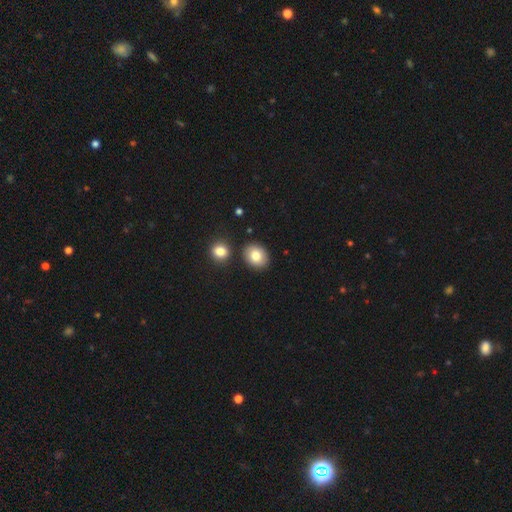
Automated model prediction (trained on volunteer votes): smooth_or_featured: smooth (p=0.83) [alt: star or artifact p=0.09]
how_rounded: in between (p=0.50) [alt: round p=0.49]
merging: none (p=0.83) [alt: minor disturbance p=0.08]